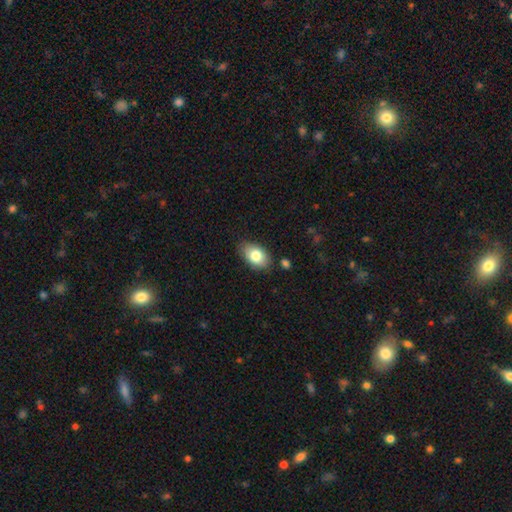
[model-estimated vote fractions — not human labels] Smooth or featured? Predicted: smooth (p=0.80). How rounded? Predicted: in between (p=0.90). Merging? Predicted: none (p=0.80).